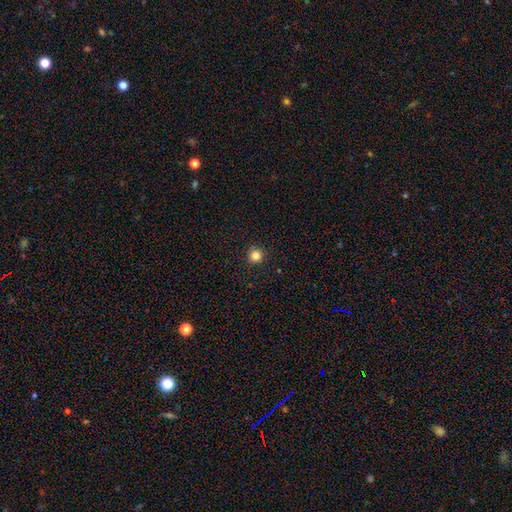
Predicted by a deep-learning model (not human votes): A smooth galaxy with no disk features (83%) that is round (96%).

Vote fractions:
- Smooth or featured? smooth: 83% / star or artifact: 13% / featured or disk: 5%
- How rounded? round: 96% / in between: 3% / cigar-shaped: 1%
- Merging? none: 93% / minor disturbance: 5% / major disturbance: 2% / merger: 1%